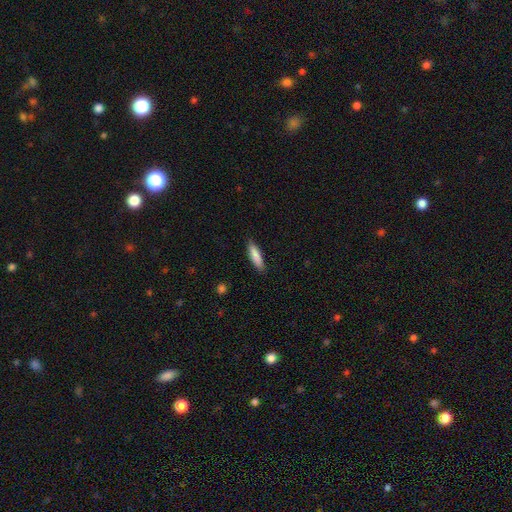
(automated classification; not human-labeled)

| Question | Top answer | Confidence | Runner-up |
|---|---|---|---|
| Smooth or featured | smooth | 85% | featured or disk (9%) |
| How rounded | cigar-shaped | 71% | in between (28%) |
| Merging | none | 89% | minor disturbance (8%) |